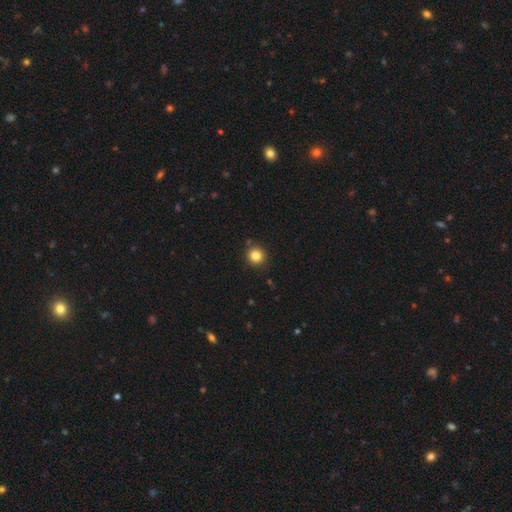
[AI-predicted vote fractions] Overall: smooth (83%). How rounded: round (91%). Merging: none (89%).